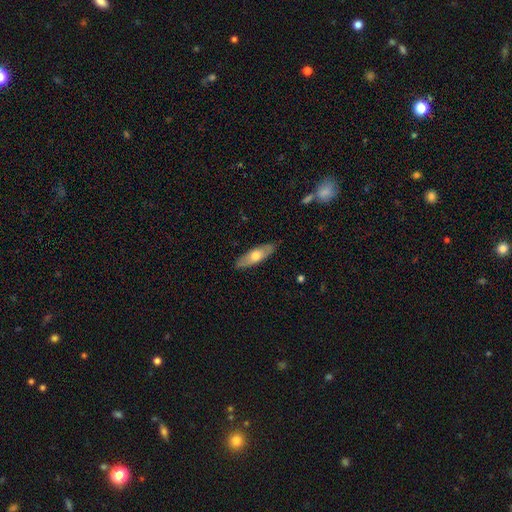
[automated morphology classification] Q: Smooth or featured?
A: smooth (55%); runner-up: featured or disk (40%)
Q: How rounded?
A: in between (56%); runner-up: cigar-shaped (42%)
Q: Merging?
A: none (87%); runner-up: minor disturbance (10%)